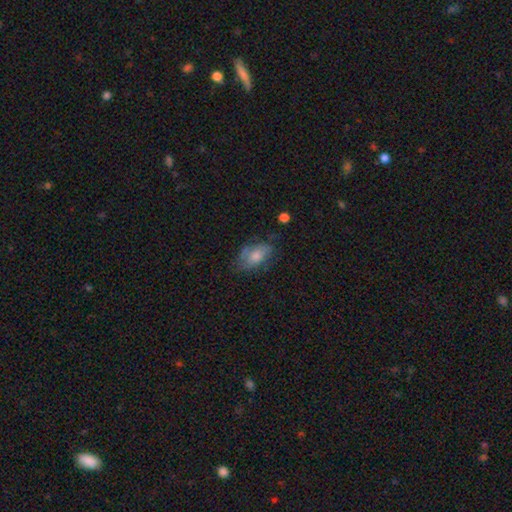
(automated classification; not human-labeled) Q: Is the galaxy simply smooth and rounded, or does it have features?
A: smooth — 53%.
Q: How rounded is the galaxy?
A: in between — 87%.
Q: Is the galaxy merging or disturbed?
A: none — 62%.